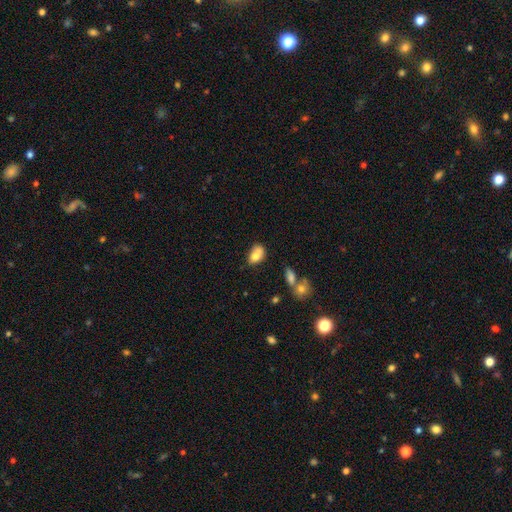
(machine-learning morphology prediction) The model was most divided on "merging": none: 38%, minor disturbance: 28%, merger: 24%, major disturbance: 10%. More confident: how rounded — in between (80%); smooth or featured — smooth (75%).